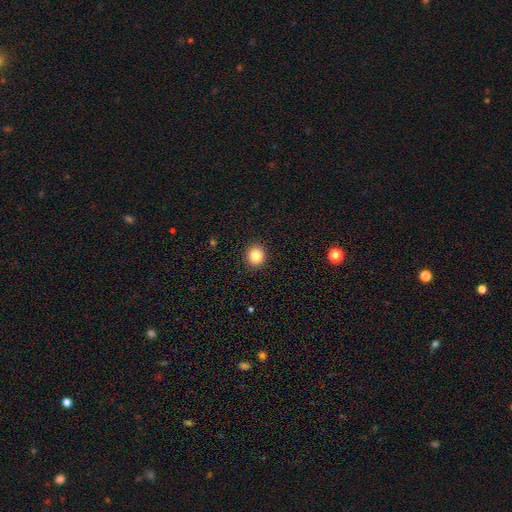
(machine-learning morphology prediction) This appears to be a smooth galaxy with no disk features (84%) that is round (90%). Merging: none (92%).